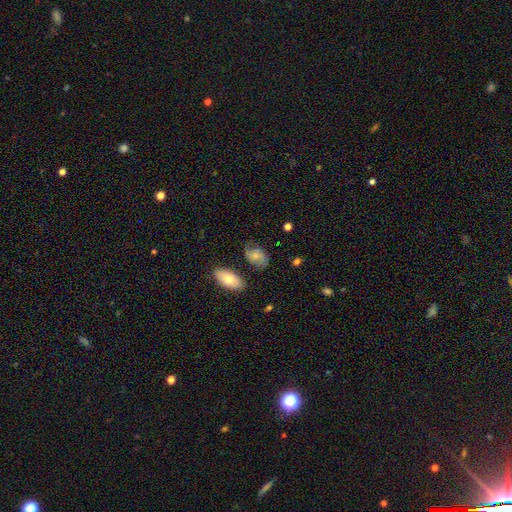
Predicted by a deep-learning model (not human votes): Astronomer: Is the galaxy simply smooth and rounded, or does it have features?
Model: smooth — 50% (runner-up: featured or disk, 40%).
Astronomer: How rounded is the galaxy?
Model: in between — 82%.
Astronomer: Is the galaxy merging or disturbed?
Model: none — 58%.